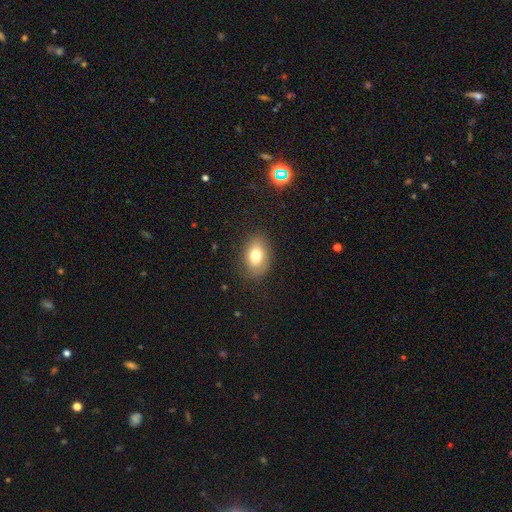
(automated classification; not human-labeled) Morphology: type=smooth (75%); roundness=in between (81%); merging=none (83%).